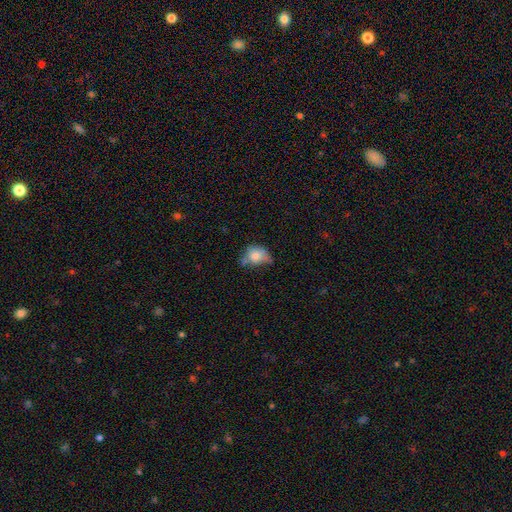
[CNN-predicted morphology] A smooth galaxy with no disk features (71%) that is in between round and cigar-shaped (60%).

Vote fractions:
- Smooth or featured? smooth: 71% / featured or disk: 20% / star or artifact: 9%
- How rounded? in between: 60% / round: 39% / cigar-shaped: 2%
- Merging? minor disturbance: 37% / none: 31% / major disturbance: 20% / merger: 11%